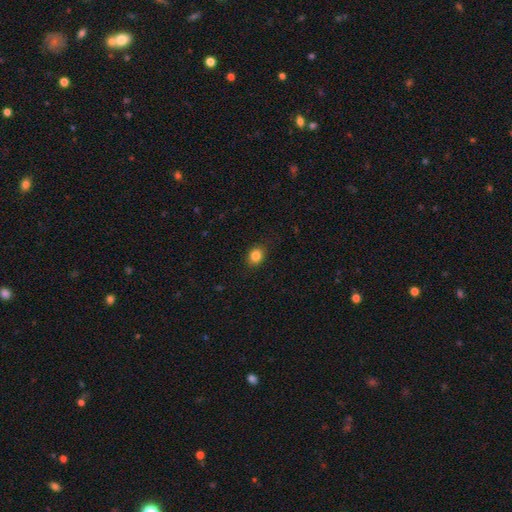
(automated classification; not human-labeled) A smooth galaxy with no disk features (84%) that is round (61%).

Vote fractions:
- Smooth or featured? smooth: 84% / star or artifact: 11% / featured or disk: 5%
- How rounded? round: 61% / in between: 38% / cigar-shaped: 1%
- Merging? none: 86% / minor disturbance: 10% / major disturbance: 3% / merger: 1%